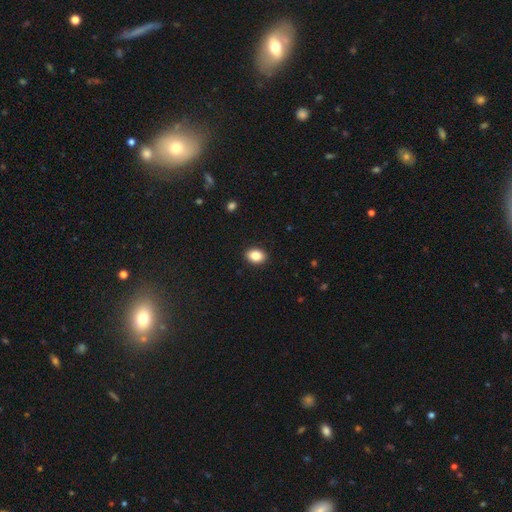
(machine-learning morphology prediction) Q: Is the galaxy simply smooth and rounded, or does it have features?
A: smooth — 85%.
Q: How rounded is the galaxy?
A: in between — 73%.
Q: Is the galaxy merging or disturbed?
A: none — 90%.